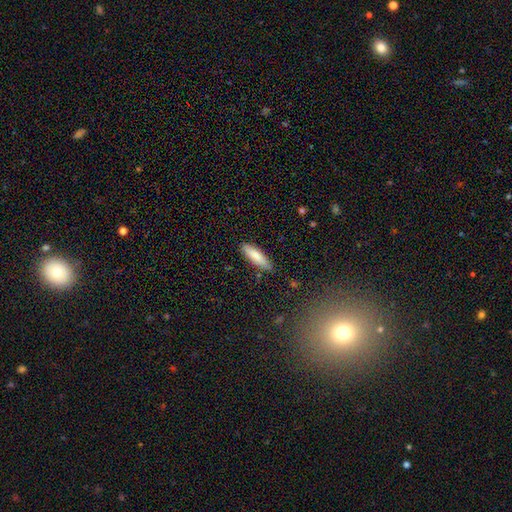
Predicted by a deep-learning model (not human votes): This is clearly a smooth galaxy (81%). How rounded: likely cigar-shaped (65%). Merging: clearly none (86%).